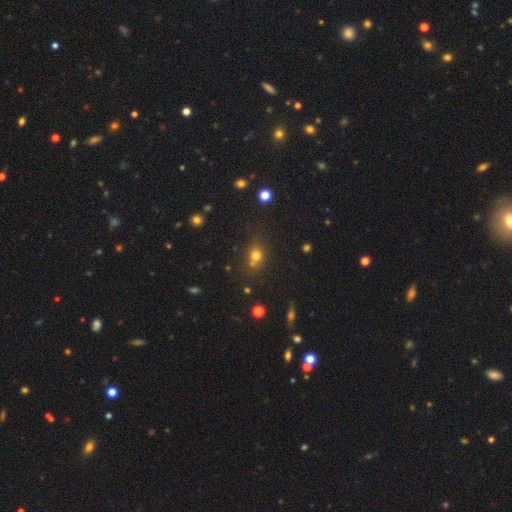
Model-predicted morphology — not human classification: This appears to be a smooth galaxy with no disk features (69%) that is round (60%). Merging: none (59%).